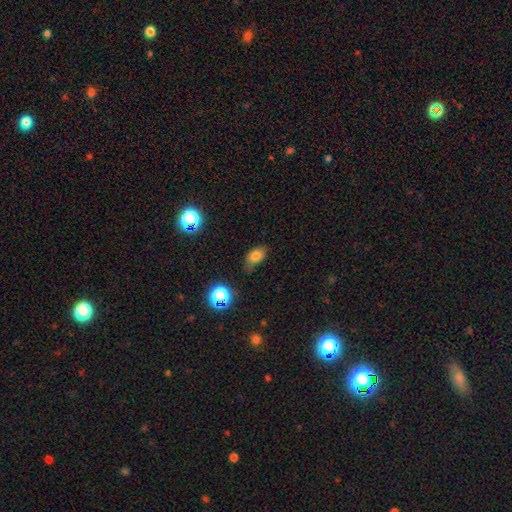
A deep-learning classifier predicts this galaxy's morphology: Smooth or featured? smooth (77%)
How rounded? in between (84%)
Merging? none (63%)